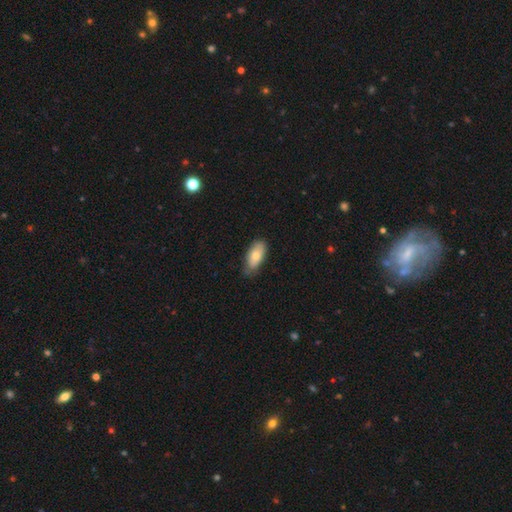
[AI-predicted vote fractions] Overall: smooth (76%). How rounded: in between (88%). Merging: none (66%; minor disturbance 28%).